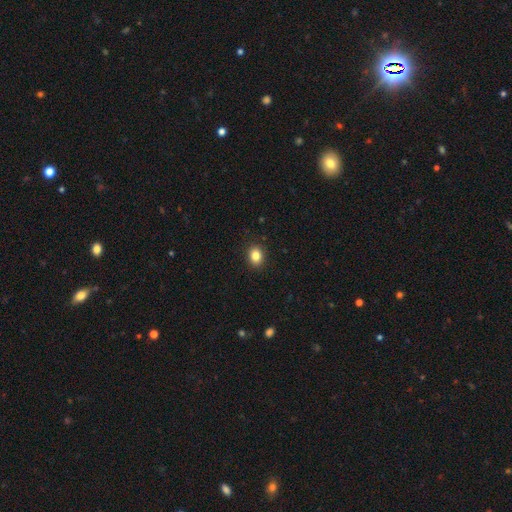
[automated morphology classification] This is clearly a smooth galaxy (85%). How rounded: possibly in between (55%). Merging: clearly none (91%).